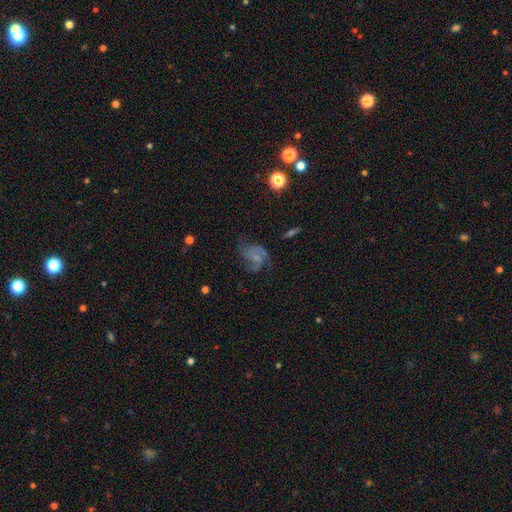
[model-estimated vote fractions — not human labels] smooth-or-featured: featured or disk: 62% | smooth: 25% | star or artifact: 13%
  disk-edge-on: no: 98% | yes: 2%
    bar: no: 63% | weak: 29% | strong: 8%
    has-spiral-arms: yes: 80% | no: 20%
    bulge-size: none: 64% | small: 22% | moderate: 10% | large: 3% | dominant: 1%
  merging: none: 44% | major disturbance: 32% | minor disturbance: 22% | merger: 3%